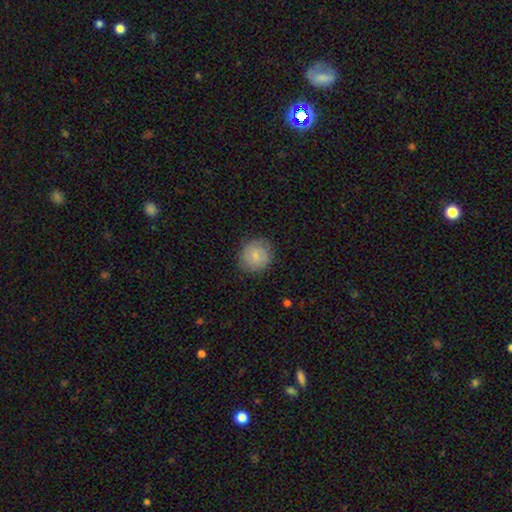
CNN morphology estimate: Smooth or featured? Predicted: smooth (p=0.75). How rounded? Predicted: round (p=0.85). Merging? Predicted: none (p=0.82).